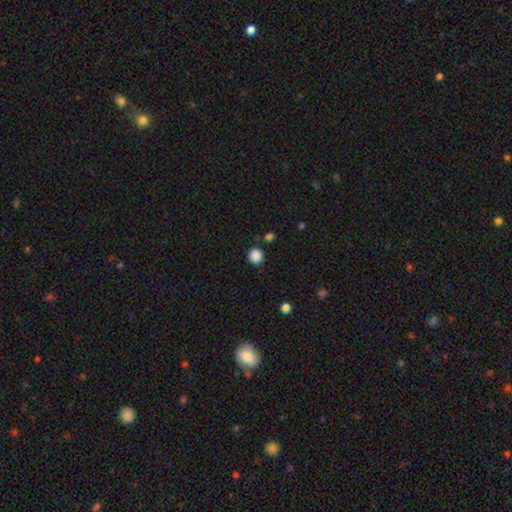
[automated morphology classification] Smooth or featured? smooth (87%)
How rounded? round (90%)
Merging? none (85%)